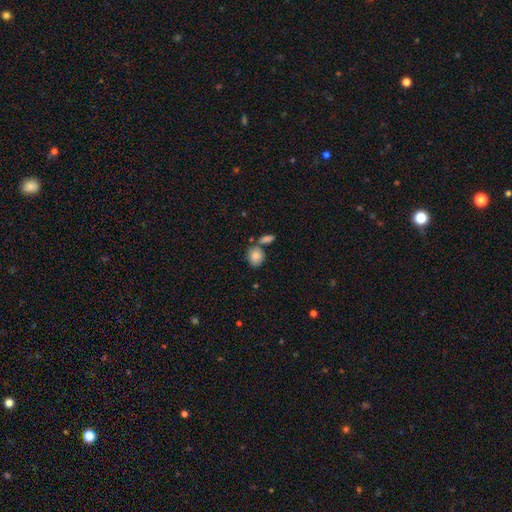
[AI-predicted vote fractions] smooth-or-featured: smooth: 84% | star or artifact: 8% | featured or disk: 8%
  how-rounded: round: 58% | in between: 40% | cigar-shaped: 1%
  merging: none: 58% | merger: 25% | minor disturbance: 13% | major disturbance: 4%